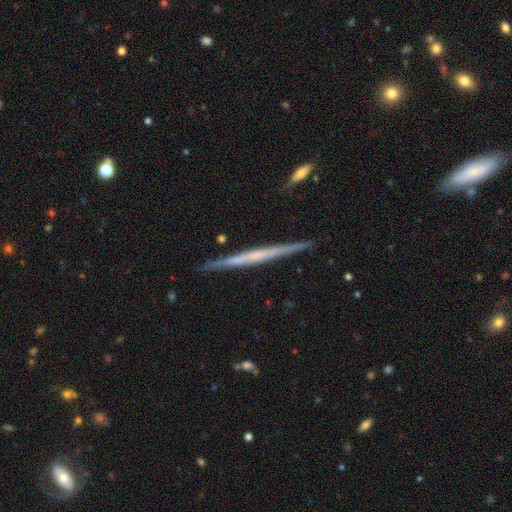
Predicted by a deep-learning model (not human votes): smooth_or_featured: featured or disk (p=0.66) [alt: smooth p=0.28]
disk_edge_on: yes (p=0.98) [alt: no p=0.02]
edge_on_bulge: none (p=0.76) [alt: rounded p=0.15]
merging: none (p=0.90) [alt: minor disturbance p=0.07]